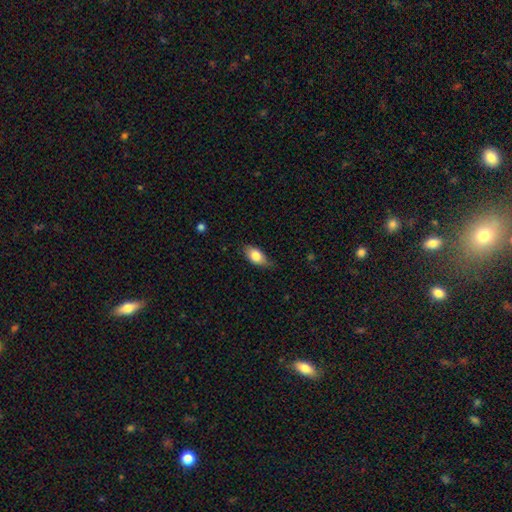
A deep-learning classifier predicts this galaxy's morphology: Overall: smooth (80%). How rounded: in between (88%). Merging: none (67%; minor disturbance 27%).